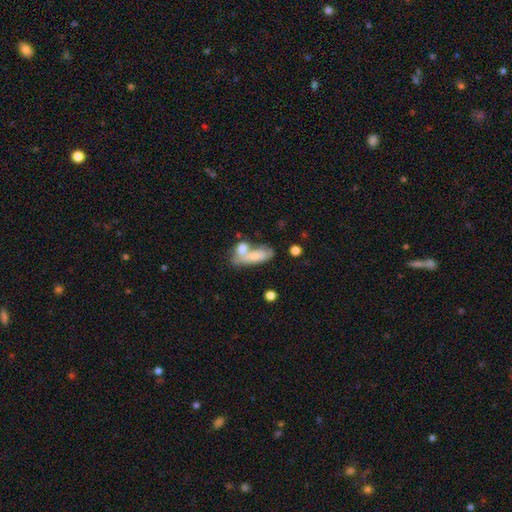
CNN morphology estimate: Smooth or featured?
  - smooth: 63% *
  - featured or disk: 30%
  - star or artifact: 7%
How rounded?
  - in between: 74% *
  - cigar-shaped: 19%
  - round: 6%
Merging?
  - merger: 54% *
  - none: 24%
  - minor disturbance: 13%
  - major disturbance: 8%